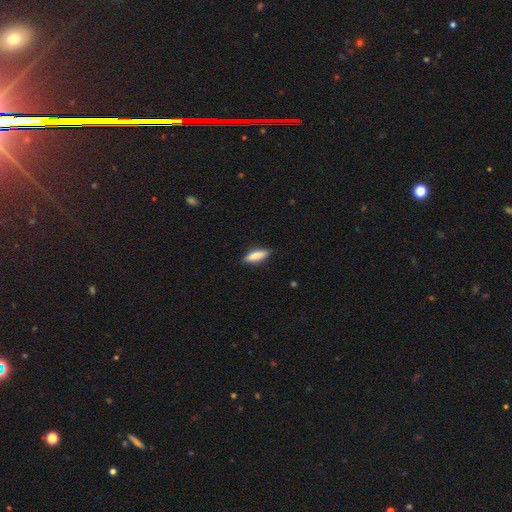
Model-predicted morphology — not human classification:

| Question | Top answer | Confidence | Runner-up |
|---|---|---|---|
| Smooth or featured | smooth | 81% | featured or disk (14%) |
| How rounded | cigar-shaped | 50% | in between (48%) |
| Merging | none | 86% | minor disturbance (11%) |